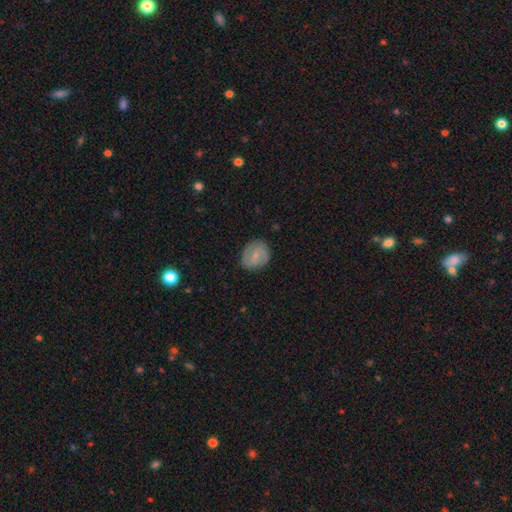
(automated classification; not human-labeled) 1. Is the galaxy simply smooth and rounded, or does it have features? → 52% smooth, 41% featured or disk, 7% star or artifact.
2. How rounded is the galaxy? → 66% round, 33% in between, 1% cigar-shaped.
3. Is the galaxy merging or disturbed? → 82% none, 13% minor disturbance, 4% major disturbance, 1% merger.